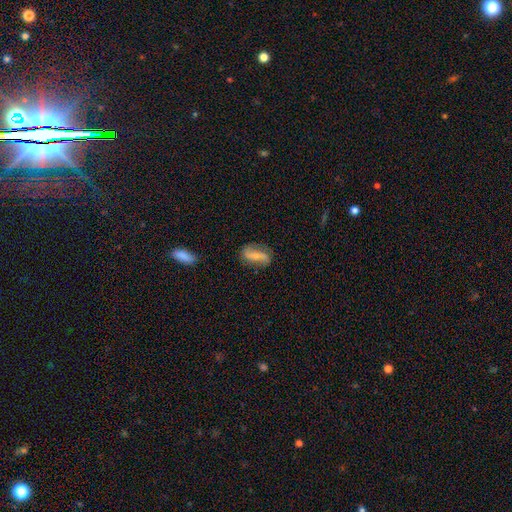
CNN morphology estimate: A featured or disk galaxy (57%) with a strong bar (36%), spiral arms (88%) and a small central bulge (41%).

Vote fractions:
- Smooth or featured? featured or disk: 57% / smooth: 34% / star or artifact: 8%
- Edge-on disk? no: 93% / yes: 7%
- Bar? strong: 36% / weak: 33% / no: 31%
- Spiral arms? yes: 88% / no: 12%
- Bulge size? small: 41% / none: 34% / moderate: 20% / large: 4% / dominant: 2%
- Merging? none: 70% / minor disturbance: 19% / major disturbance: 7% / merger: 3%